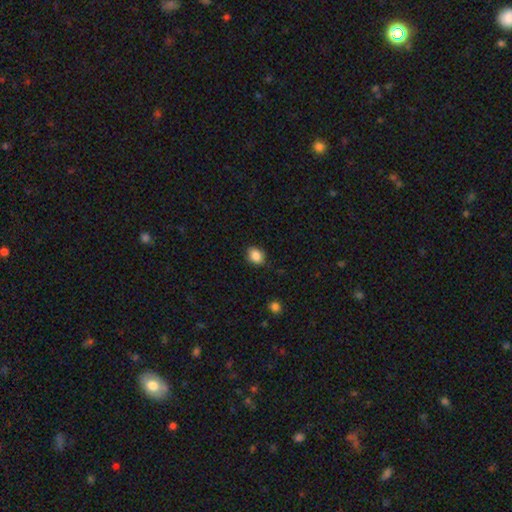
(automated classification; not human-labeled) smooth-or-featured: smooth: 86% | star or artifact: 9% | featured or disk: 4%
  how-rounded: in between: 52% | round: 47% | cigar-shaped: 1%
  merging: none: 81% | minor disturbance: 15% | major disturbance: 3% | merger: 1%